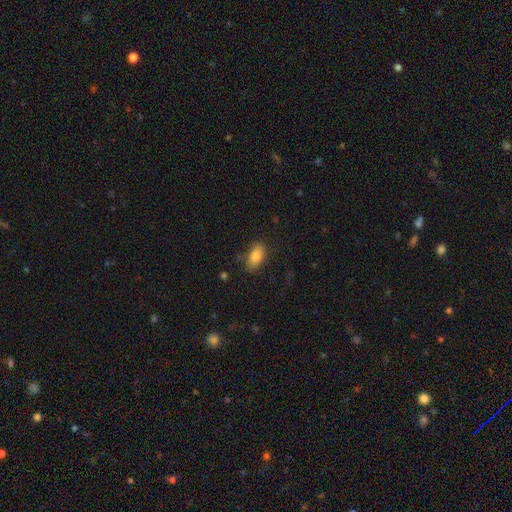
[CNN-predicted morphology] This appears to be a smooth galaxy with no disk features (83%) that is in between round and cigar-shaped (90%). Merging: none (80%).